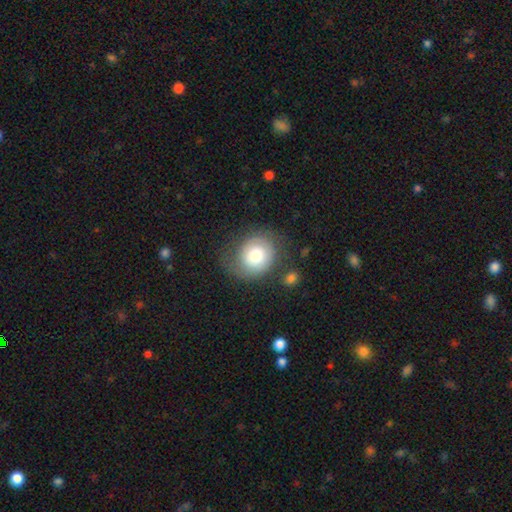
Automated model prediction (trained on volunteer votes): Q: Smooth or featured?
A: smooth (70%); runner-up: featured or disk (23%)
Q: How rounded?
A: round (73%); runner-up: in between (26%)
Q: Merging?
A: none (60%); runner-up: minor disturbance (22%)